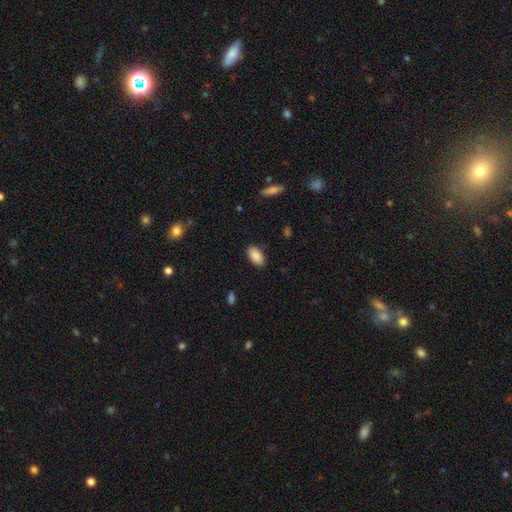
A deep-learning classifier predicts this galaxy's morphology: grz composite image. It shows a smooth galaxy with no disk features (89%) that is in between round and cigar-shaped (93%). Merging: none (86%).